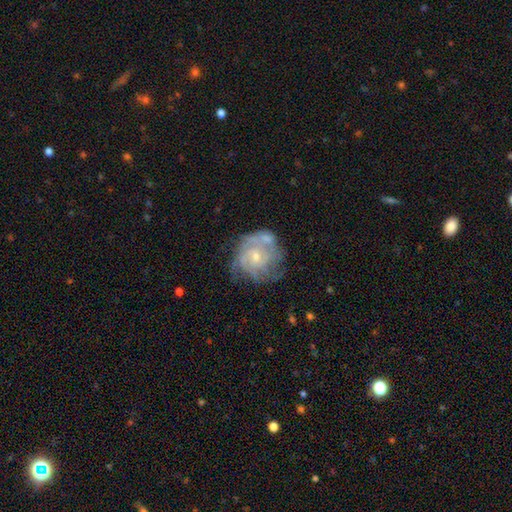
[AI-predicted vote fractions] smooth_or_featured: featured or disk (p=0.79) [alt: smooth p=0.15]
disk_edge_on: no (p=0.98) [alt: yes p=0.02]
bar: no (p=0.72) [alt: weak p=0.24]
has_spiral_arms: yes (p=0.87) [alt: no p=0.13]
spiral_winding: tight (p=0.64) [alt: medium p=0.28]
spiral_arm_count: can't tell (p=0.42) [alt: 3 p=0.21]
bulge_size: small (p=0.64) [alt: moderate p=0.30]
merging: none (p=0.49) [alt: minor disturbance p=0.22]